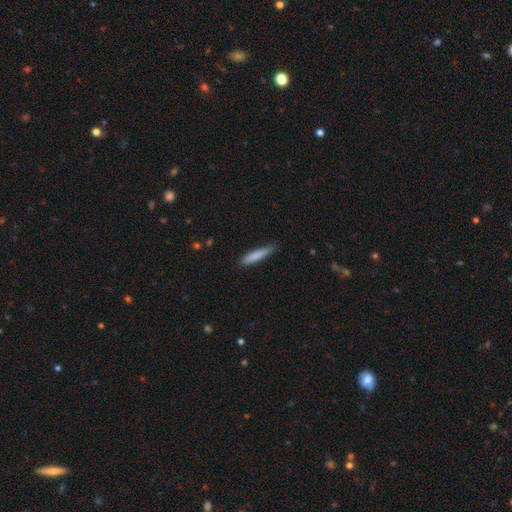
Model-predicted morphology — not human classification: This is clearly a smooth galaxy (83%). How rounded: clearly cigar-shaped (89%). Merging: likely none (79%).